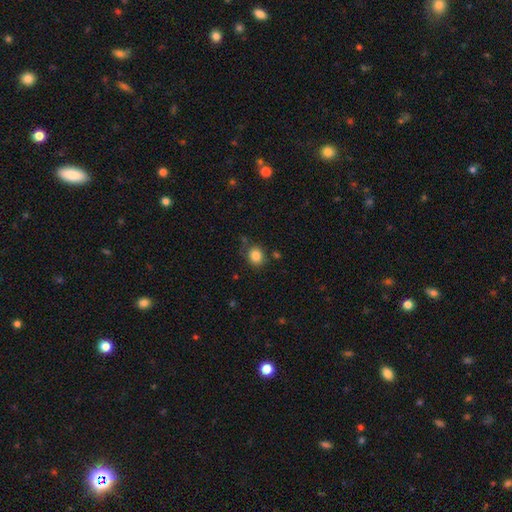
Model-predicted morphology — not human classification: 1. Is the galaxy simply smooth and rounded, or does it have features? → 84% smooth, 10% star or artifact, 5% featured or disk.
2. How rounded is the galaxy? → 71% round, 28% in between, 1% cigar-shaped.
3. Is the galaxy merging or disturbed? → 76% none, 14% minor disturbance, 5% merger, 4% major disturbance.